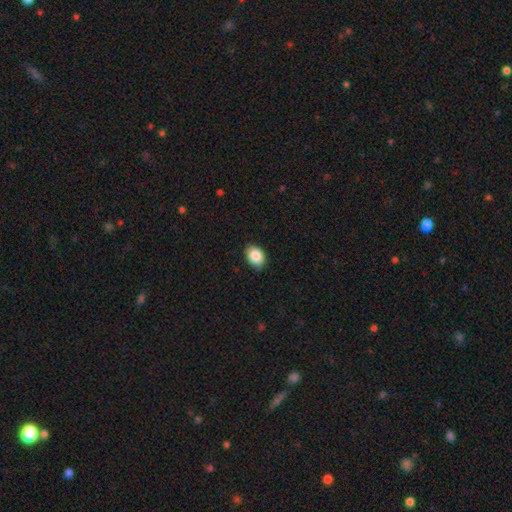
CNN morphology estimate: A smooth galaxy with no disk features (87%) that is in between round and cigar-shaped (70%). Merging: none (81%).